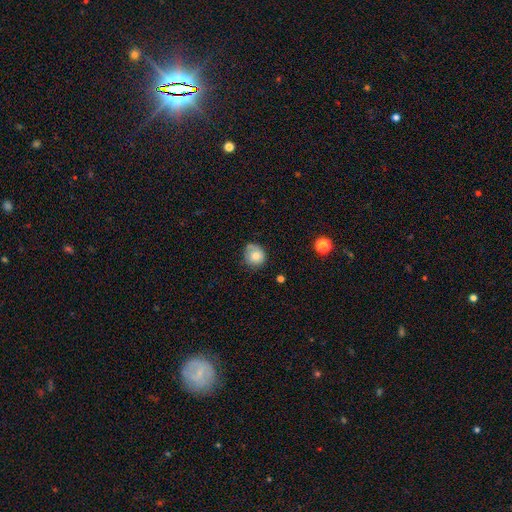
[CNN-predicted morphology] Smooth or featured?
  - smooth: 78% *
  - featured or disk: 12%
  - star or artifact: 9%
How rounded?
  - round: 84% *
  - in between: 16%
  - cigar-shaped: 1%
Merging?
  - none: 61% *
  - minor disturbance: 27%
  - major disturbance: 7%
  - merger: 5%